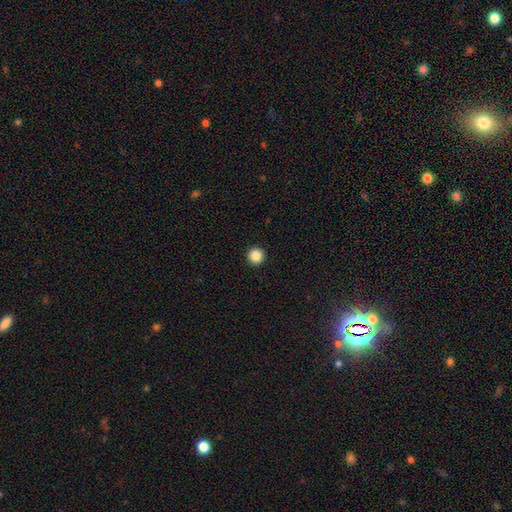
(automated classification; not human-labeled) smooth 87%, star or artifact 10%, featured or disk 3%. Down the decision tree: how rounded — round (96%); merging — none (94%).